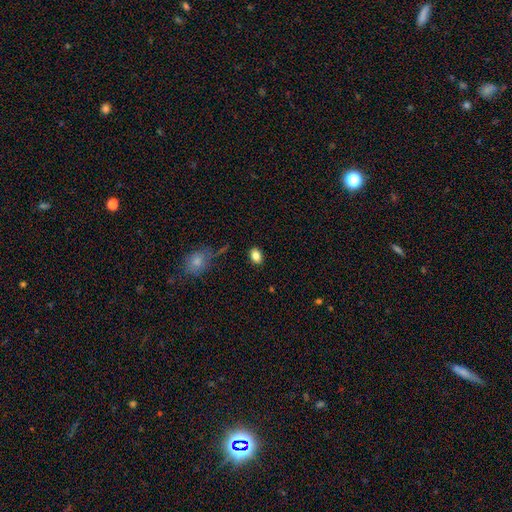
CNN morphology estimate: Q: Smooth or featured?
A: smooth (84%); runner-up: star or artifact (9%)
Q: How rounded?
A: in between (80%); runner-up: round (18%)
Q: Merging?
A: none (85%); runner-up: minor disturbance (10%)